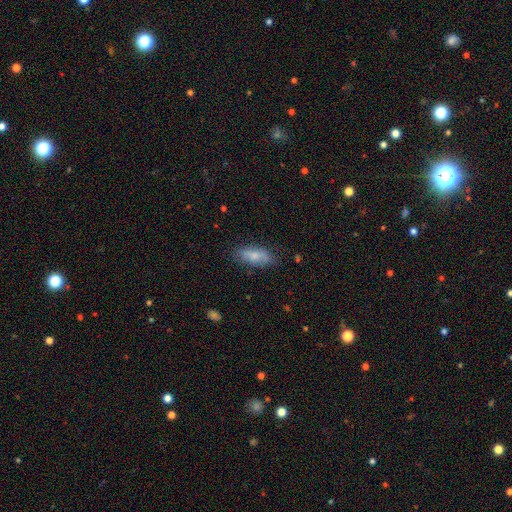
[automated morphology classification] Smooth or featured?
  - smooth: 77% *
  - featured or disk: 17%
  - star or artifact: 6%
How rounded?
  - in between: 79% *
  - cigar-shaped: 18%
  - round: 3%
Merging?
  - none: 74% *
  - minor disturbance: 20%
  - major disturbance: 5%
  - merger: 2%